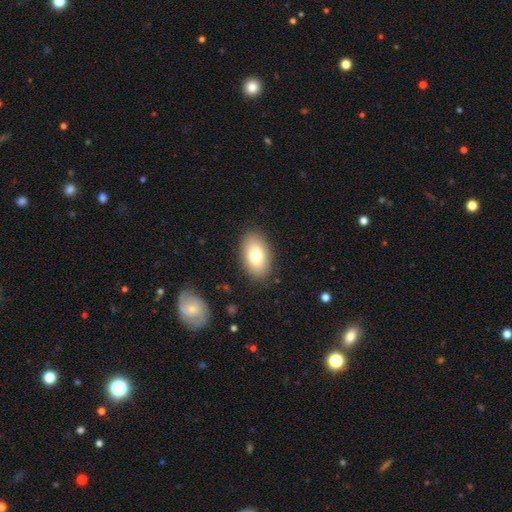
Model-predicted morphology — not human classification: smooth-or-featured: smooth: 77% | featured or disk: 16% | star or artifact: 8%
  how-rounded: in between: 91% | round: 7% | cigar-shaped: 1%
  merging: none: 87% | minor disturbance: 9% | major disturbance: 3% | merger: 1%